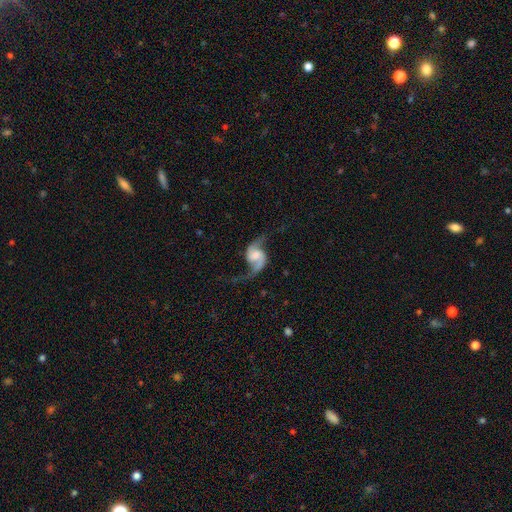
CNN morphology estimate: Q: Smooth or featured?
A: featured or disk (89%); runner-up: smooth (6%)
Q: Edge-on disk?
A: no (98%); runner-up: yes (2%)
Q: Bar?
A: no (44%); runner-up: weak (42%)
Q: Spiral arms?
A: yes (97%); runner-up: no (3%)
Q: Spiral winding?
A: loose (76%); runner-up: medium (20%)
Q: Spiral arm count?
A: 2 (94%); runner-up: 1 (2%)
Q: Bulge size?
A: none (30%); runner-up: moderate (24%)
Q: Merging?
A: none (71%); runner-up: minor disturbance (15%)